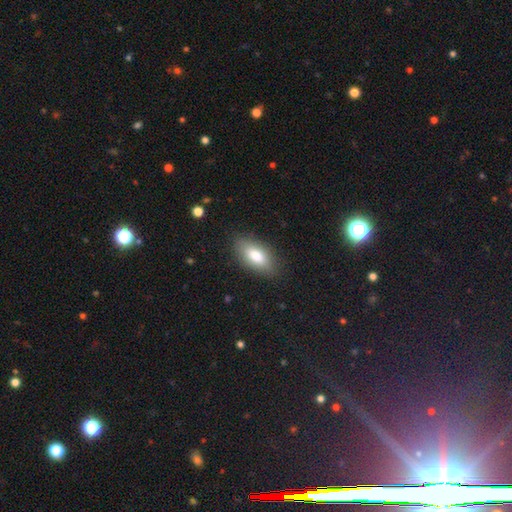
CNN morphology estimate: A smooth galaxy with no disk features (80%) that is in between round and cigar-shaped (88%). Merging: none (84%).